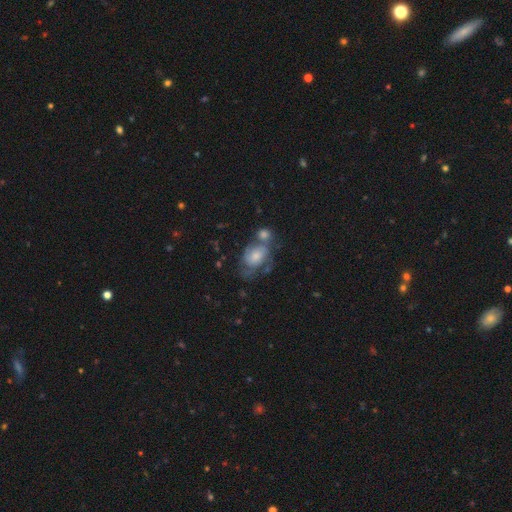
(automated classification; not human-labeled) featured or disk 54%, smooth 33%, star or artifact 13%. Down the decision tree: edge-on disk — no (95%); bar — no (74%); spiral arms — yes (74%); bulge size — moderate (48%); merging — none (37%).